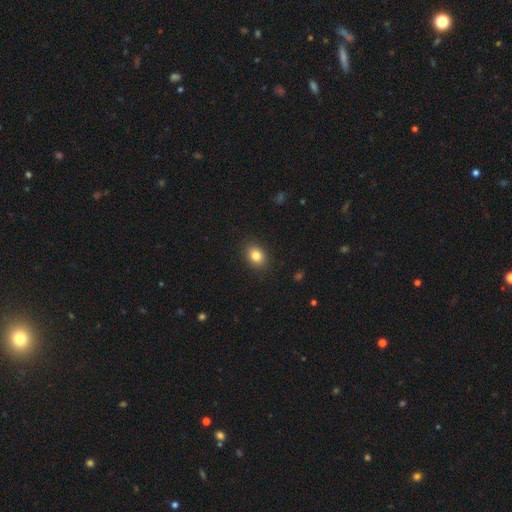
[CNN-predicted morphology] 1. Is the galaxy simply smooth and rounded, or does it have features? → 83% smooth, 10% star or artifact, 7% featured or disk.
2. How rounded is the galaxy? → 63% in between, 36% round, 1% cigar-shaped.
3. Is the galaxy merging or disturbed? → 89% none, 8% minor disturbance, 2% major disturbance, 1% merger.